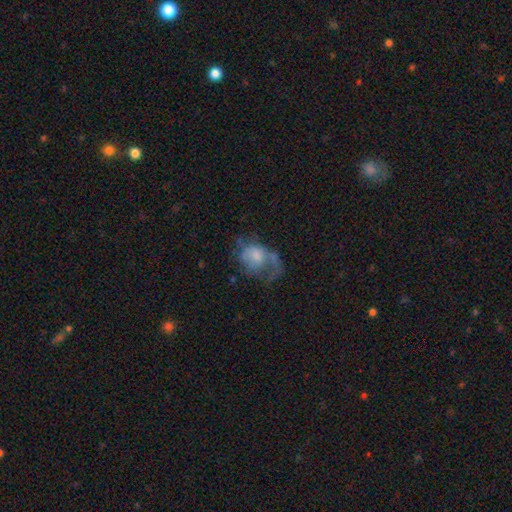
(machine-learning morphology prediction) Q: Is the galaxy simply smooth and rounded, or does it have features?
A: featured or disk — 46%.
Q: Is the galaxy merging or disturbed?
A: major disturbance — 49%.